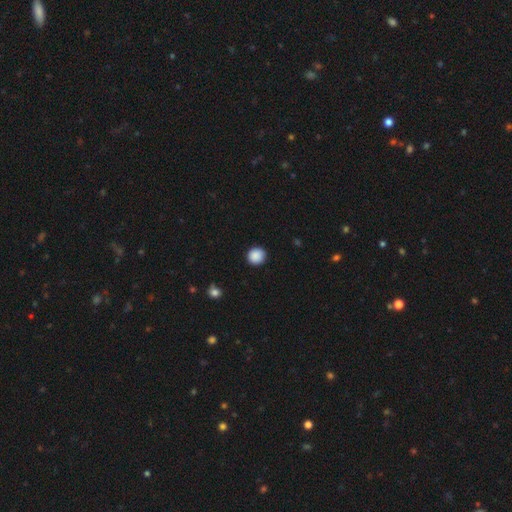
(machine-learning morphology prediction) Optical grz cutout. It shows a smooth galaxy with no disk features (89%) that is round (90%). Merging: none (91%).